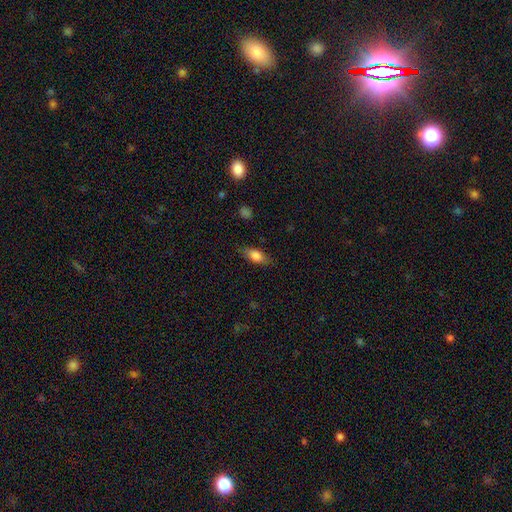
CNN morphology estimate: Smooth or featured: smooth — 78% (featured or disk — 15%)
How rounded: in between — 79% (cigar-shaped — 16%)
Merging: none — 80% (minor disturbance — 15%)